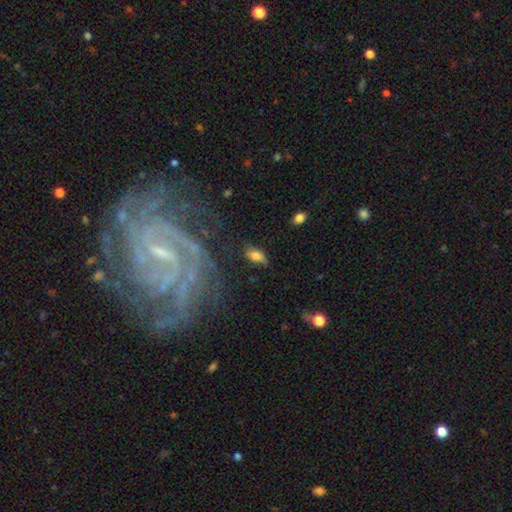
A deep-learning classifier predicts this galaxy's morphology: The model was most divided on "merging": none: 67%, minor disturbance: 21%, major disturbance: 9%, merger: 3%. More confident: how rounded — in between (88%); smooth or featured — smooth (71%).